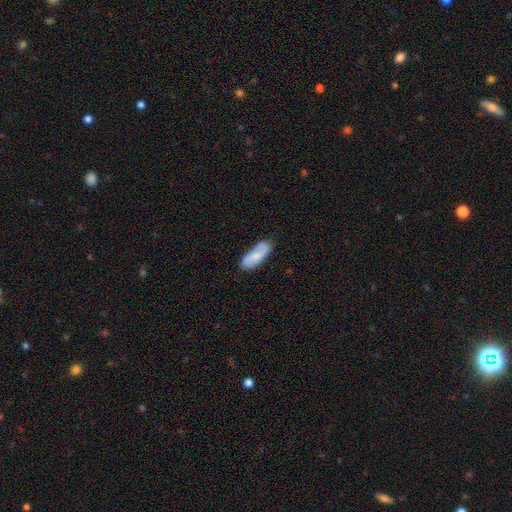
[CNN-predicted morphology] This appears to be a smooth galaxy with no disk features (70%) that is in between round and cigar-shaped (69%). Merging: none (74%).